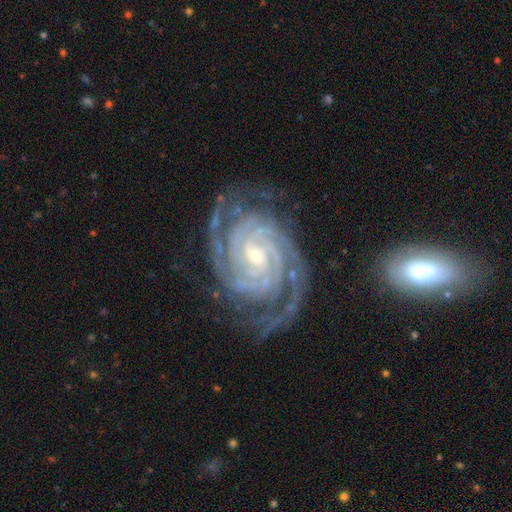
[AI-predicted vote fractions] Smooth or featured? Predicted: featured or disk (p=0.94). Edge-on disk? Predicted: no (p=0.98). Bar? Predicted: no (p=0.41). Spiral arms? Predicted: yes (p=0.99). Spiral winding? Predicted: tight (p=0.82). Spiral arm count? Predicted: 2 (p=0.29). Bulge size? Predicted: small (p=0.62). Merging? Predicted: none (p=0.76).